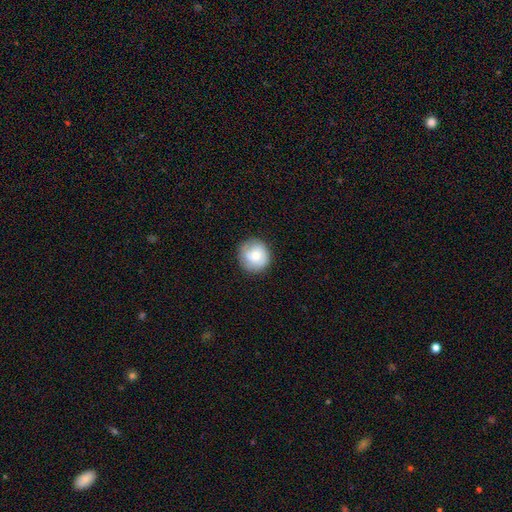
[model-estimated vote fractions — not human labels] smooth-or-featured: smooth: 67% | featured or disk: 25% | star or artifact: 8%
  how-rounded: round: 94% | in between: 5% | cigar-shaped: 1%
  merging: none: 84% | minor disturbance: 12% | major disturbance: 3% | merger: 1%